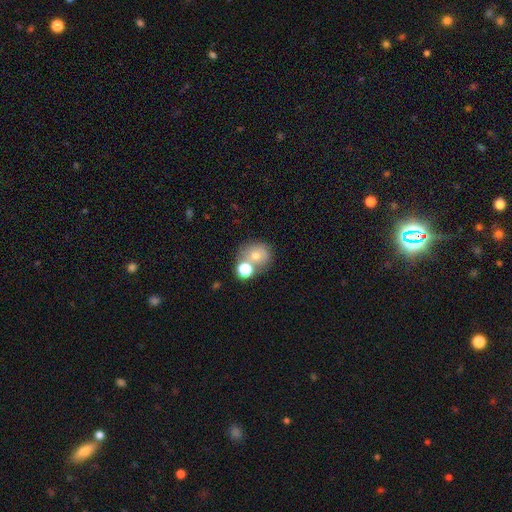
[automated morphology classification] Smooth or featured?
  - smooth: 68% *
  - featured or disk: 18%
  - star or artifact: 14%
How rounded?
  - round: 76% *
  - in between: 23%
  - cigar-shaped: 1%
Merging?
  - none: 48% *
  - merger: 36%
  - minor disturbance: 11%
  - major disturbance: 5%